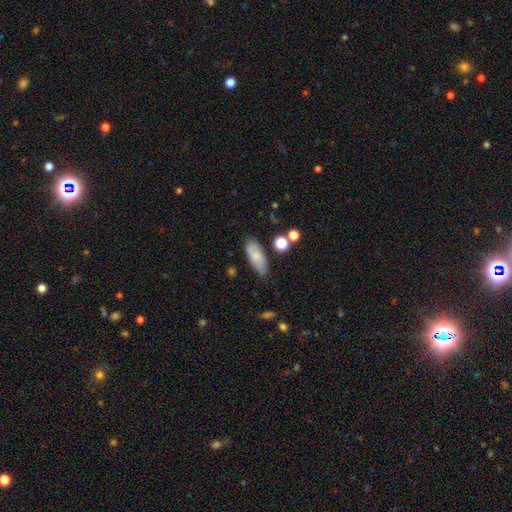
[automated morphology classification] The model was most divided on "how rounded": in between: 78%, cigar-shaped: 19%, round: 3%. More confident: smooth or featured — smooth (77%); merging — none (76%).